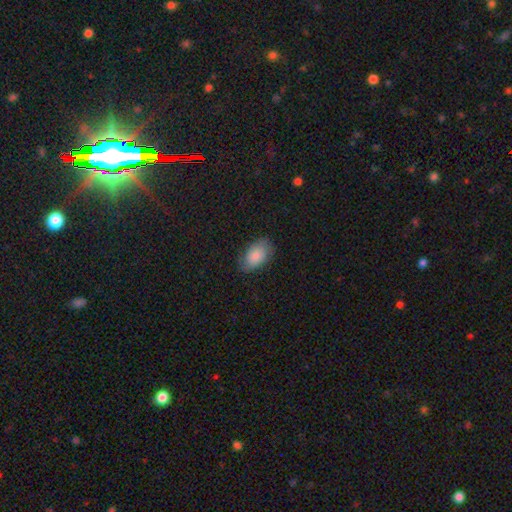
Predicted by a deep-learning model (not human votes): smooth 72%, featured or disk 21%, star or artifact 7%. Down the decision tree: how rounded — in between (91%); merging — none (76%).